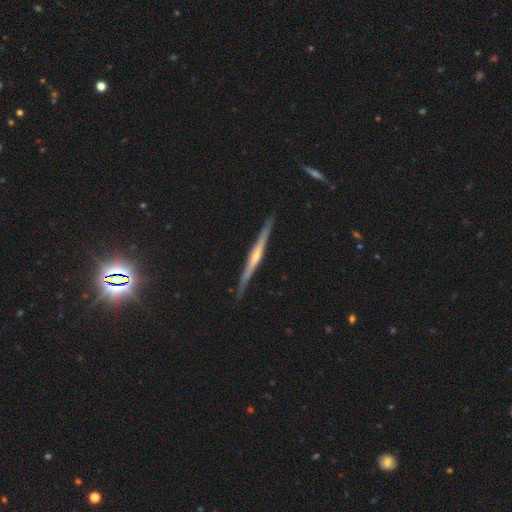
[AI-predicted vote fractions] A featured or disk galaxy (77%) viewed edge-on (98%) with a rounded central bulge (63%).

Vote fractions:
- Smooth or featured? featured or disk: 77% / smooth: 17% / star or artifact: 6%
- Edge-on disk? yes: 98% / no: 2%
- Edge-on bulge? rounded: 63% / none: 27% / boxy: 10%
- Merging? none: 89% / minor disturbance: 8% / major disturbance: 1% / merger: 1%